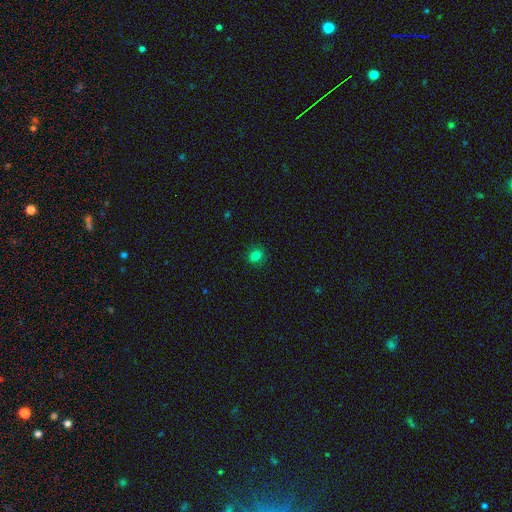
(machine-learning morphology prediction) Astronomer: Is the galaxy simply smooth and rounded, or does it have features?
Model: smooth — 80%.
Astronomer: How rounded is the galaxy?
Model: round — 72%.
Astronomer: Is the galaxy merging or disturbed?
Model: none — 90%.